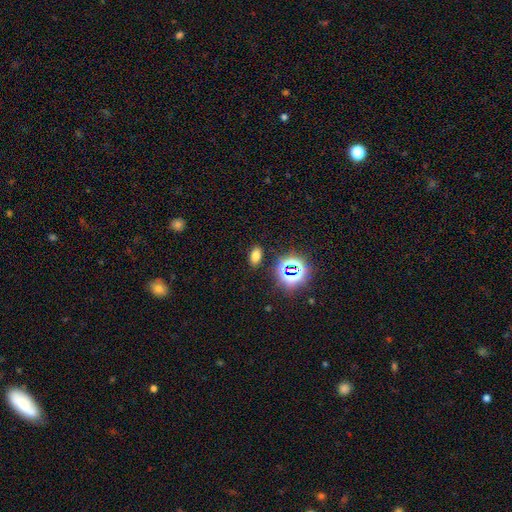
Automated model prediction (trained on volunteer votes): Smooth or featured? Predicted: smooth (p=0.69). How rounded? Predicted: in between (p=0.87). Merging? Predicted: none (p=0.87).